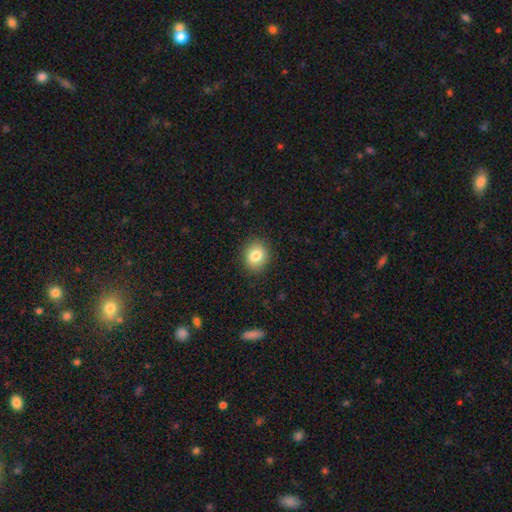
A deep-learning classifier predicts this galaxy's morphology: type=smooth (82%); roundness=round (69%); merging=none (89%).